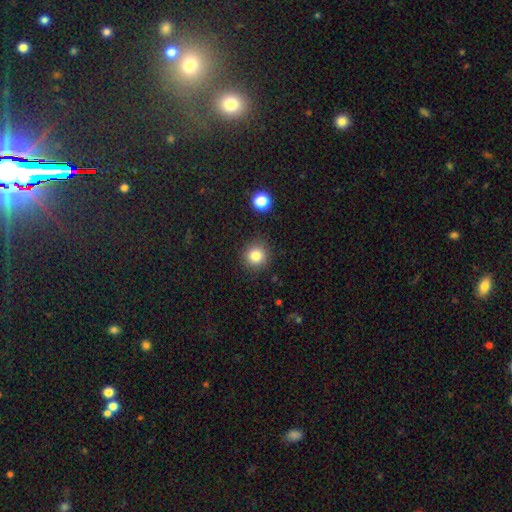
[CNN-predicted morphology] smooth 82%, star or artifact 12%, featured or disk 6%. Down the decision tree: how rounded — round (93%); merging — none (88%).